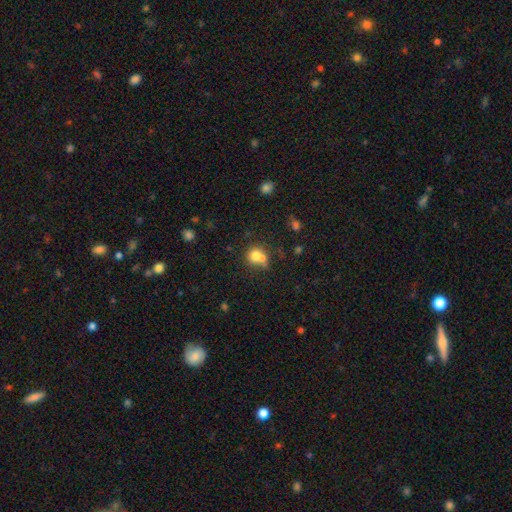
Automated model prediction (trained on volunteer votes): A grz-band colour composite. It shows a smooth galaxy with no disk features (73%) that is round (81%). Merging: merger (49%).